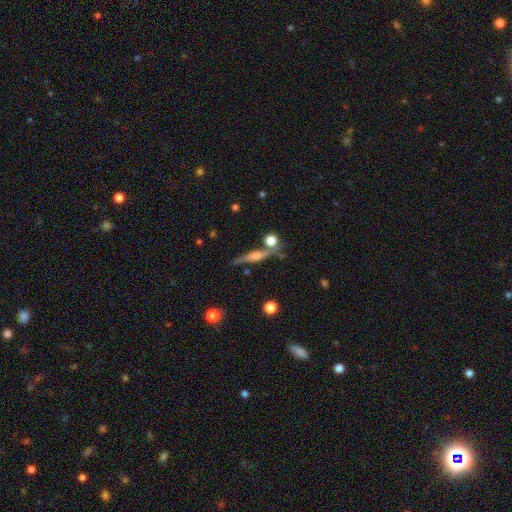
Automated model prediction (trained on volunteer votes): Smooth or featured? featured or disk (65%)
Edge-on disk? yes (95%)
Edge-on bulge? rounded (73%)
Merging? none (76%)